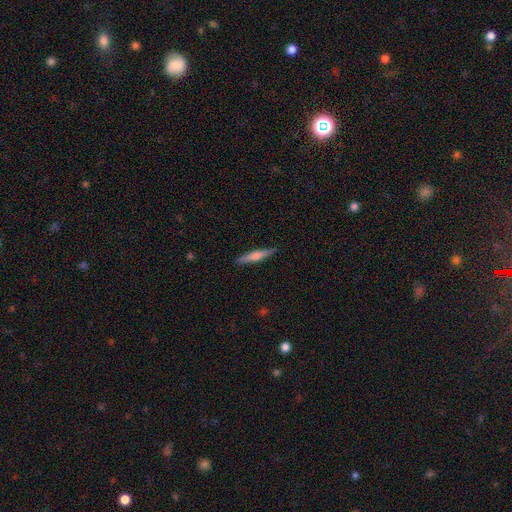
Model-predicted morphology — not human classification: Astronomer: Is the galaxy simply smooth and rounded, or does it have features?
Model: smooth — 49% (runner-up: featured or disk, 44%).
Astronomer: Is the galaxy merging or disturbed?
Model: none — 90%.